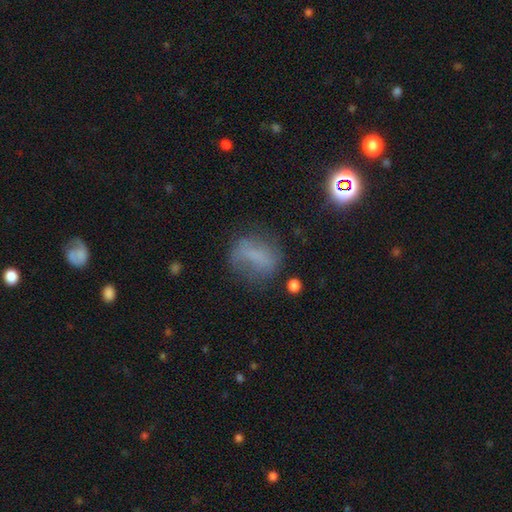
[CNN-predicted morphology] Q: Smooth or featured?
A: smooth (54%); runner-up: featured or disk (27%)
Q: How rounded?
A: in between (56%); runner-up: round (37%)
Q: Merging?
A: none (59%); runner-up: minor disturbance (23%)